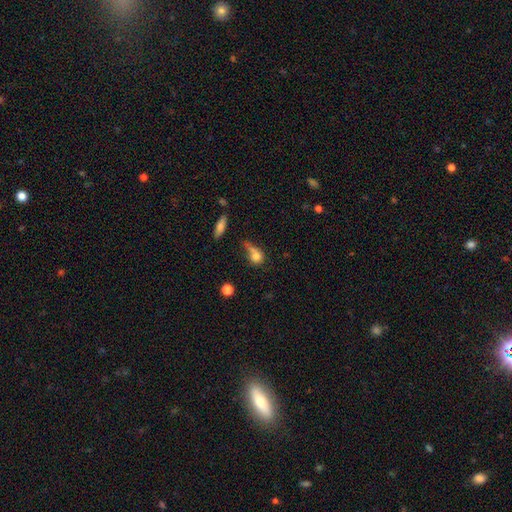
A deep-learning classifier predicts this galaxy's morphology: Smooth or featured? Predicted: smooth (p=0.74). How rounded? Predicted: round (p=0.60). Merging? Predicted: none (p=0.35).